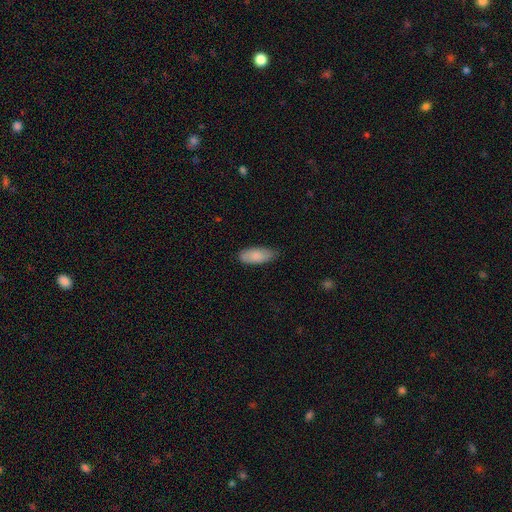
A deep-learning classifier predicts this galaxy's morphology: Q: Smooth or featured?
A: smooth (85%); runner-up: featured or disk (9%)
Q: How rounded?
A: in between (82%); runner-up: cigar-shaped (17%)
Q: Merging?
A: none (78%); runner-up: minor disturbance (18%)